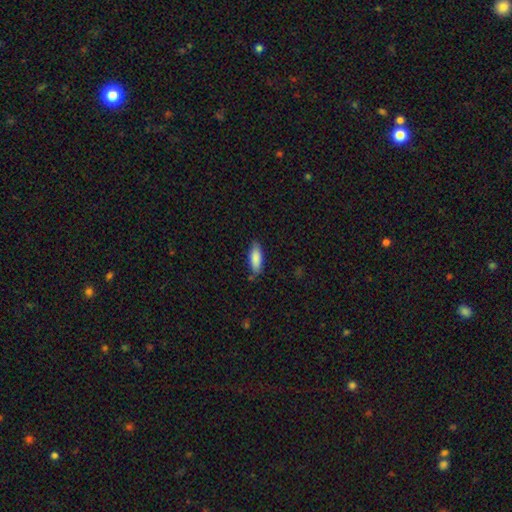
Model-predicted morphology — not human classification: This is clearly a smooth galaxy (86%). How rounded: likely in between (64%). Merging: clearly none (80%).